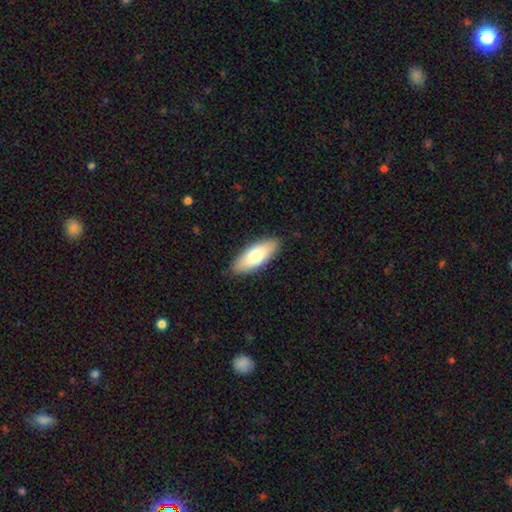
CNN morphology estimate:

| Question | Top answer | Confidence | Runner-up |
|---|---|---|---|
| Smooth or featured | smooth | 73% | featured or disk (22%) |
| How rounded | in between | 77% | cigar-shaped (21%) |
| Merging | none | 87% | minor disturbance (10%) |